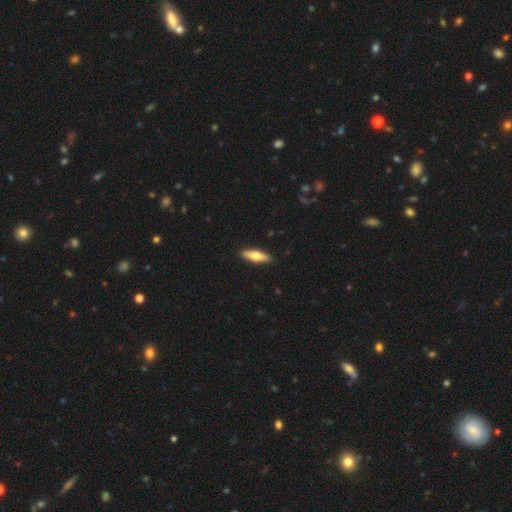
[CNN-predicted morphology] Overall: smooth (61%; featured or disk 34%). How rounded: cigar-shaped (64%; in between 34%). Merging: none (91%).